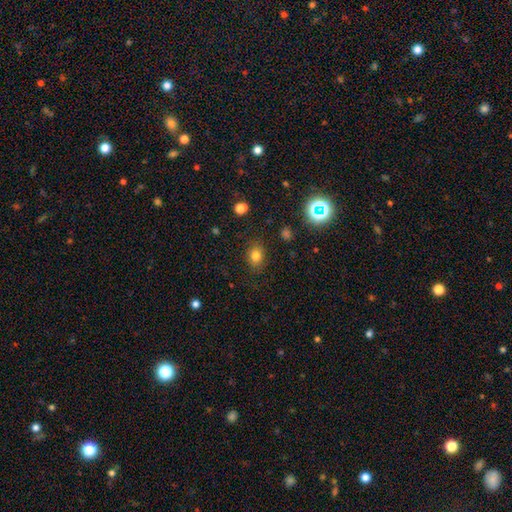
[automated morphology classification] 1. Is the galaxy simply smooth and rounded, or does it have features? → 79% smooth, 14% star or artifact, 8% featured or disk.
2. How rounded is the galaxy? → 54% in between, 45% round, 1% cigar-shaped.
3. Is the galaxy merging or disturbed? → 84% none, 11% minor disturbance, 3% major disturbance, 2% merger.